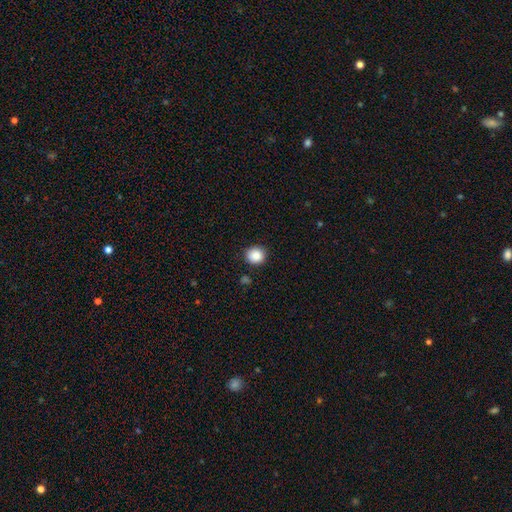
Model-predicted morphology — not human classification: smooth-or-featured: smooth: 88% | star or artifact: 9% | featured or disk: 3%
  how-rounded: round: 89% | in between: 10% | cigar-shaped: 1%
  merging: none: 89% | minor disturbance: 8% | major disturbance: 2% | merger: 2%